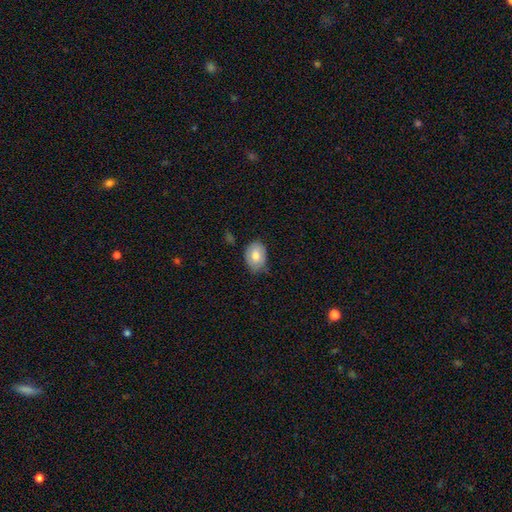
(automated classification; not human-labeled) smooth-or-featured: smooth: 73% | featured or disk: 20% | star or artifact: 7%
  how-rounded: in between: 75% | round: 24% | cigar-shaped: 1%
  merging: none: 70% | minor disturbance: 25% | major disturbance: 4% | merger: 2%